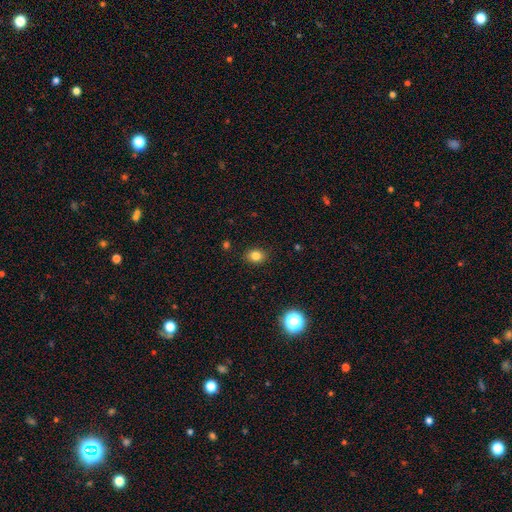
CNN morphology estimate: A smooth galaxy with no disk features (82%) that is in between round and cigar-shaped (52%).

Vote fractions:
- Smooth or featured? smooth: 82% / star or artifact: 12% / featured or disk: 5%
- How rounded? in between: 52% / round: 47% / cigar-shaped: 1%
- Merging? none: 88% / minor disturbance: 9% / major disturbance: 2% / merger: 1%